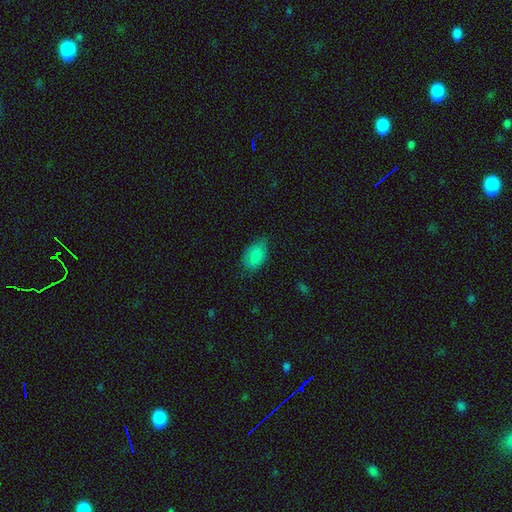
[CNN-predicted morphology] Smooth or featured?
  - smooth: 85% *
  - featured or disk: 8%
  - star or artifact: 7%
How rounded?
  - in between: 90% *
  - round: 8%
  - cigar-shaped: 2%
Merging?
  - none: 63% *
  - minor disturbance: 30%
  - major disturbance: 6%
  - merger: 1%